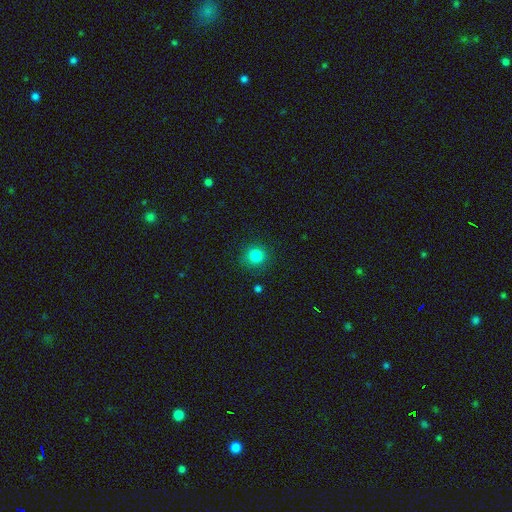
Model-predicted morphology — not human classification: type=smooth (83%); roundness=round (92%); merging=none (88%).